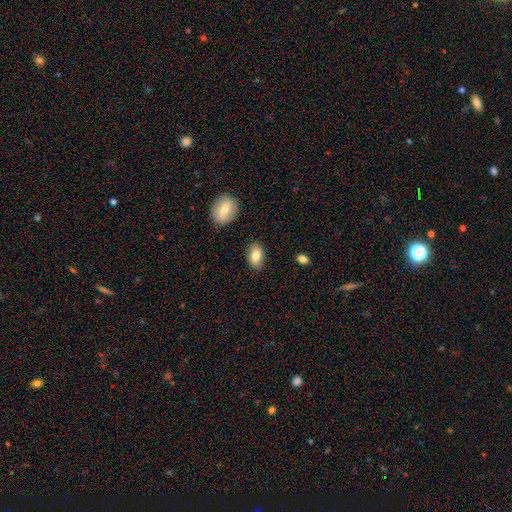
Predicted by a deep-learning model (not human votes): Smooth or featured?
  - smooth: 82% *
  - featured or disk: 11%
  - star or artifact: 7%
How rounded?
  - in between: 90% *
  - round: 8%
  - cigar-shaped: 2%
Merging?
  - none: 86% *
  - minor disturbance: 10%
  - major disturbance: 2%
  - merger: 2%